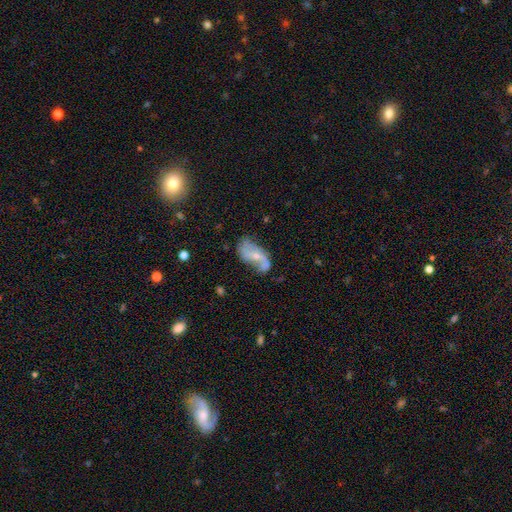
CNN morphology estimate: Smooth or featured?
  - featured or disk: 70% *
  - smooth: 22%
  - star or artifact: 8%
Edge-on disk?
  - no: 94% *
  - yes: 6%
Bar?
  - no: 44% *
  - weak: 37%
  - strong: 19%
Spiral arms?
  - yes: 81% *
  - no: 19%
Spiral winding?
  - loose: 70% *
  - medium: 22%
  - tight: 8%
Spiral arm count?
  - 2: 81% *
  - can't tell: 8%
  - 1: 7%
  - 3: 2%
  - 4: 1%
  - more than 4: 1%
Bulge size?
  - small: 60% *
  - moderate: 32%
  - none: 6%
  - large: 2%
  - dominant: 1%
Merging?
  - none: 44% *
  - minor disturbance: 28%
  - major disturbance: 21%
  - merger: 8%